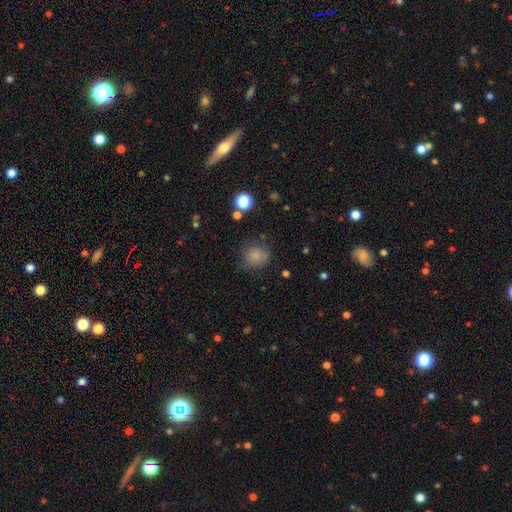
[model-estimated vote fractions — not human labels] Smooth or featured?
  - smooth: 80% *
  - star or artifact: 12%
  - featured or disk: 8%
How rounded?
  - round: 83% *
  - in between: 16%
  - cigar-shaped: 1%
Merging?
  - none: 70% *
  - minor disturbance: 20%
  - major disturbance: 7%
  - merger: 3%